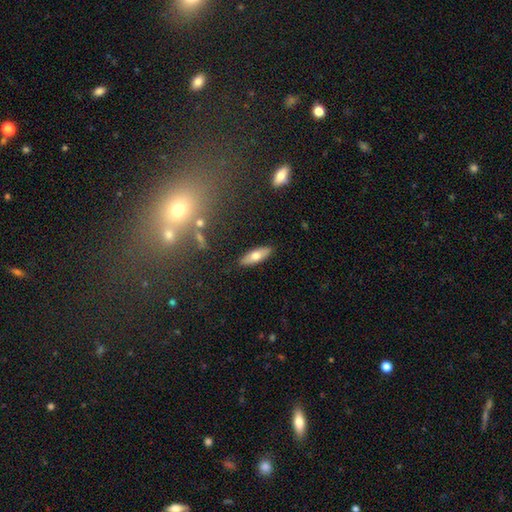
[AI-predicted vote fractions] Morphology: type=smooth (66%); roundness=in between (56%); merging=none (89%).